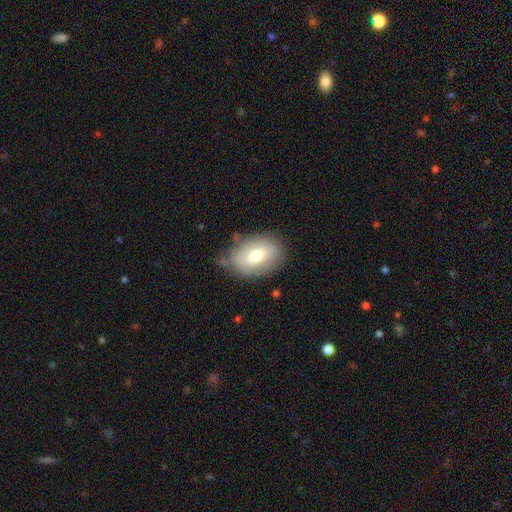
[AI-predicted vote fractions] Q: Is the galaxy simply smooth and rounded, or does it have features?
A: smooth — 69%.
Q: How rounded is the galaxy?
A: in between — 84%.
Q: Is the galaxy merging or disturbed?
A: none — 72%.